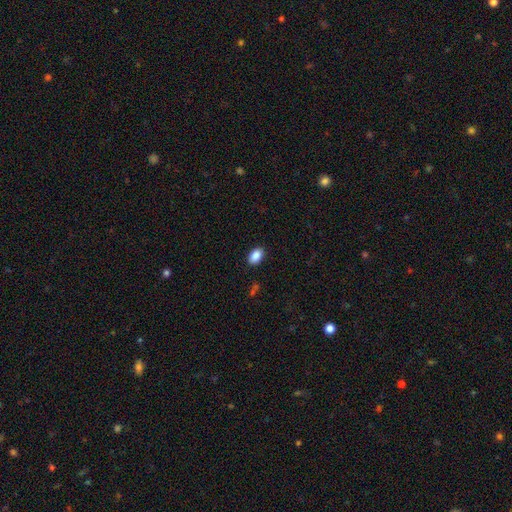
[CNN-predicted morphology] Smooth or featured: smooth — 89% (star or artifact — 8%)
How rounded: in between — 90% (round — 9%)
Merging: none — 89% (minor disturbance — 8%)